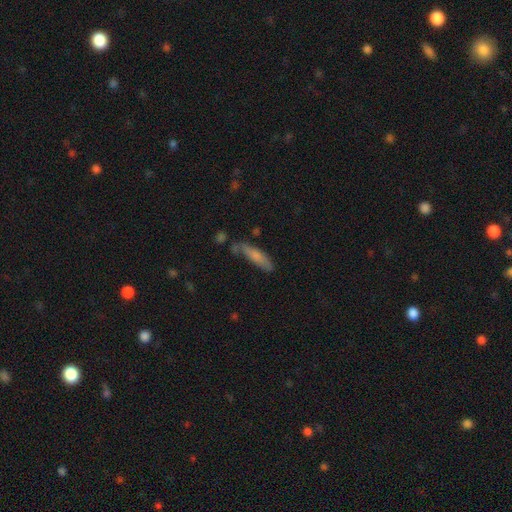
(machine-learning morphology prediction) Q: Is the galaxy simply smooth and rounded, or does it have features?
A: smooth — 69%.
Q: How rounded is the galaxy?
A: cigar-shaped — 69%.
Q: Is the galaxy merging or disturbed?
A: none — 59%.